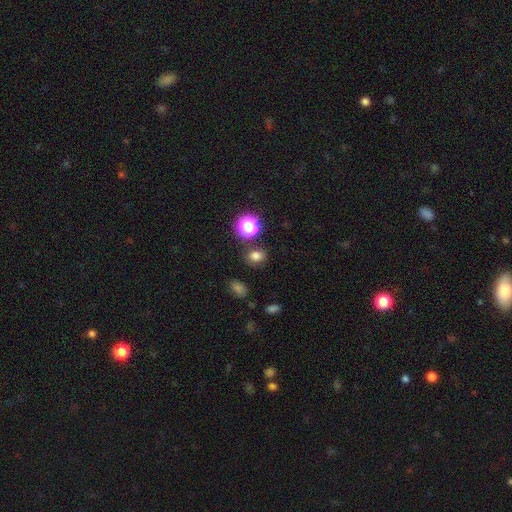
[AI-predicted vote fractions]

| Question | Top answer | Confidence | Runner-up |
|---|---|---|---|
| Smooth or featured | smooth | 73% | star or artifact (21%) |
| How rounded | round | 52% | in between (47%) |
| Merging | none | 80% | minor disturbance (11%) |